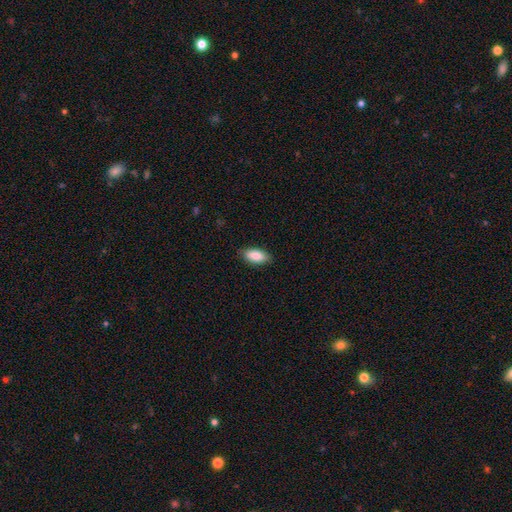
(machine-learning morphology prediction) Smooth or featured: smooth — 88% (star or artifact — 6%)
How rounded: in between — 89% (cigar-shaped — 9%)
Merging: none — 85% (minor disturbance — 11%)